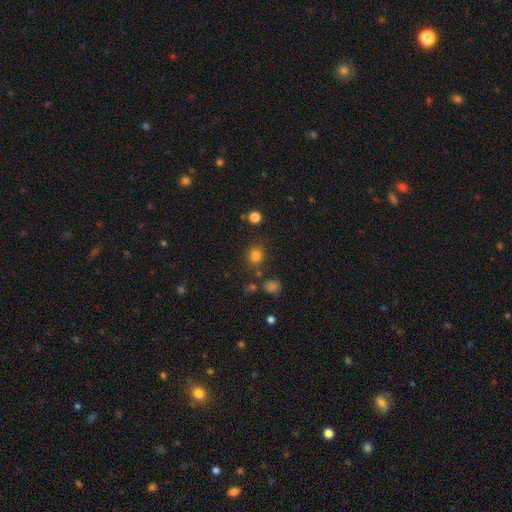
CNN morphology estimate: smooth_or_featured: smooth (p=0.80) [alt: star or artifact p=0.15]
how_rounded: round (p=0.78) [alt: in between p=0.21]
merging: none (p=0.82) [alt: minor disturbance p=0.10]